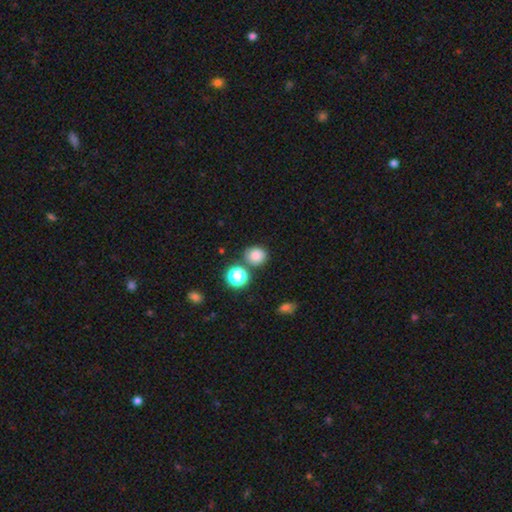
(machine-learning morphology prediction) The model was most divided on "merging": none: 75%, minor disturbance: 12%, merger: 9%, major disturbance: 4%. More confident: how rounded — round (82%); smooth or featured — smooth (80%).